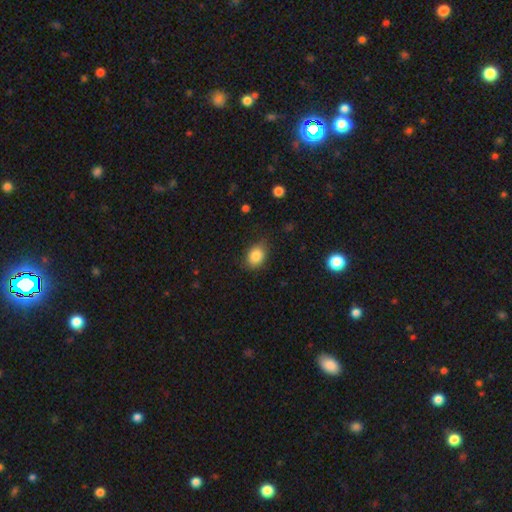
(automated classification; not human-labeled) smooth_or_featured: smooth (p=0.84) [alt: star or artifact p=0.09]
how_rounded: in between (p=0.64) [alt: round p=0.35]
merging: none (p=0.75) [alt: minor disturbance p=0.20]